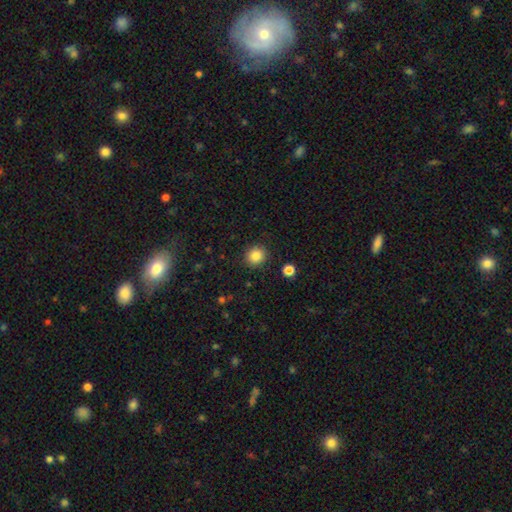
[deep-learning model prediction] smooth 86%, star or artifact 10%, featured or disk 4%. Down the decision tree: how rounded — round (86%); merging — none (90%).